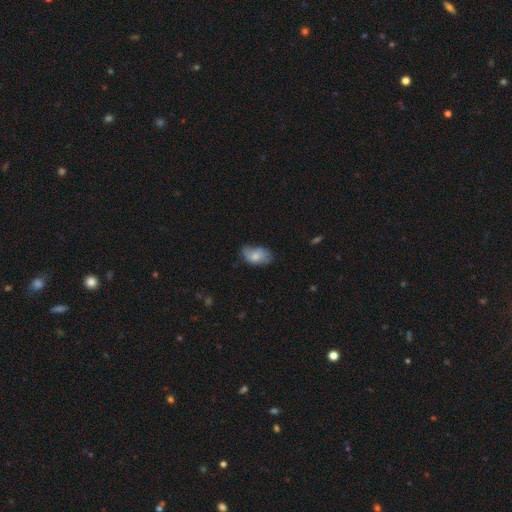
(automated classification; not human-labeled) A smooth galaxy with no disk features (66%) that is in between round and cigar-shaped (91%).

Vote fractions:
- Smooth or featured? smooth: 66% / featured or disk: 26% / star or artifact: 8%
- How rounded? in between: 91% / round: 7% / cigar-shaped: 2%
- Merging? none: 44% / minor disturbance: 40% / major disturbance: 14% / merger: 2%